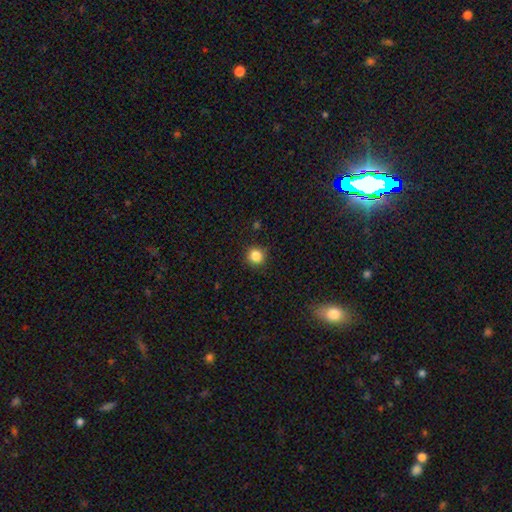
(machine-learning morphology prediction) smooth-or-featured: smooth: 84% | star or artifact: 12% | featured or disk: 4%
  how-rounded: round: 92% | in between: 7% | cigar-shaped: 1%
  merging: none: 89% | minor disturbance: 8% | major disturbance: 2% | merger: 1%